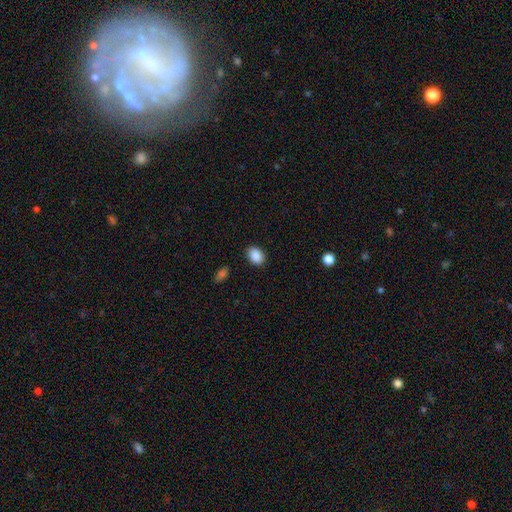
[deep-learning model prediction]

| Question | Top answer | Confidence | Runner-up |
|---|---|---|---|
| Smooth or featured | smooth | 89% | star or artifact (8%) |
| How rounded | in between | 74% | round (25%) |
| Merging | none | 88% | minor disturbance (8%) |